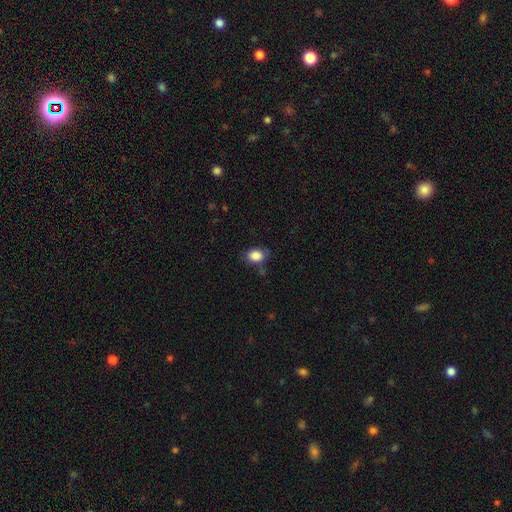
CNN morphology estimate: Smooth or featured?
  - smooth: 87% *
  - star or artifact: 9%
  - featured or disk: 5%
How rounded?
  - in between: 66% *
  - round: 33%
  - cigar-shaped: 1%
Merging?
  - none: 71% *
  - minor disturbance: 20%
  - major disturbance: 5%
  - merger: 3%